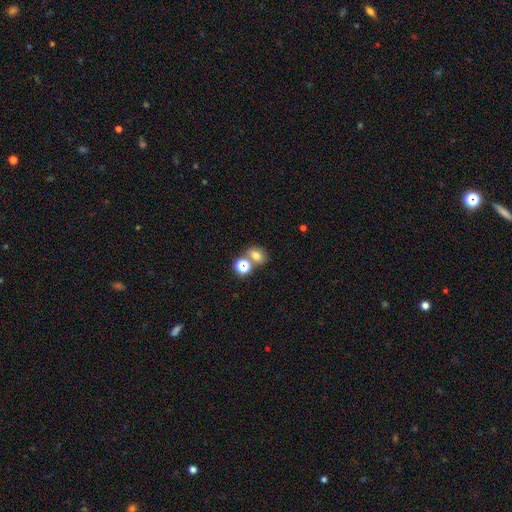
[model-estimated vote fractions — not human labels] Smooth or featured? Predicted: smooth (p=0.72). How rounded? Predicted: in between (p=0.51). Merging? Predicted: none (p=0.57).